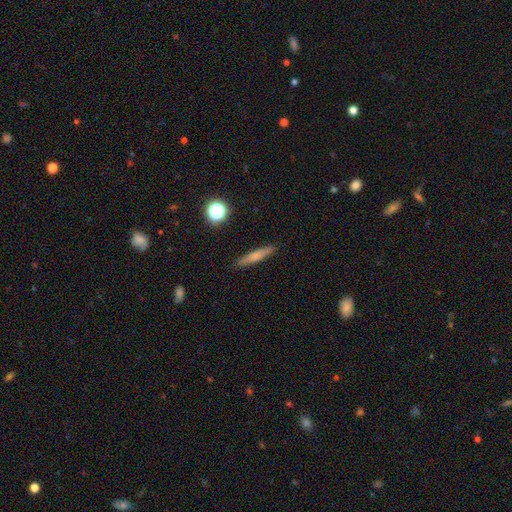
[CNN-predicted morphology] Smooth or featured? smooth (68%)
How rounded? cigar-shaped (90%)
Merging? none (89%)